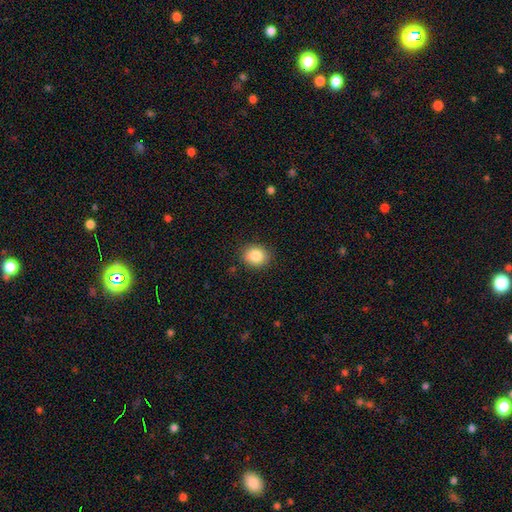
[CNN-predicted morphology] A smooth galaxy with no disk features (85%) that is round (71%). Merging: none (87%).